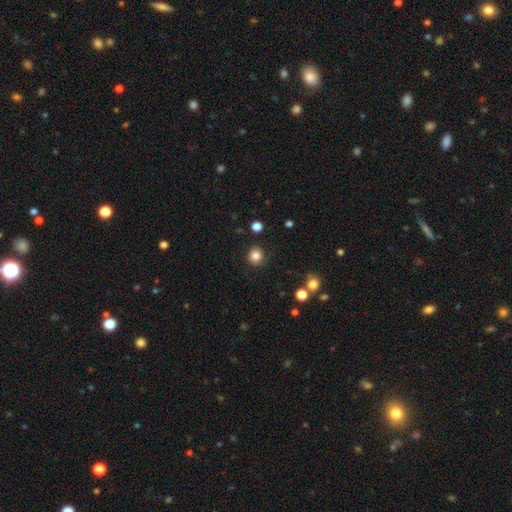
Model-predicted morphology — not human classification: A smooth galaxy with no disk features (83%) that is round (87%).

Vote fractions:
- Smooth or featured? smooth: 83% / star or artifact: 11% / featured or disk: 6%
- How rounded? round: 87% / in between: 12% / cigar-shaped: 1%
- Merging? none: 85% / minor disturbance: 10% / major disturbance: 3% / merger: 2%